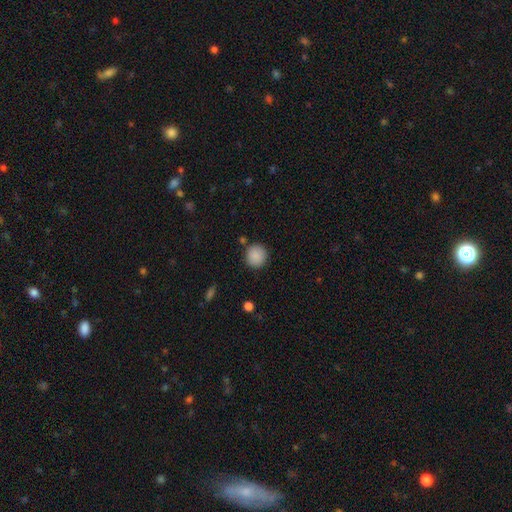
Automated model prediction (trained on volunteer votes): Morphology: type=smooth (89%); roundness=round (92%); merging=none (86%).